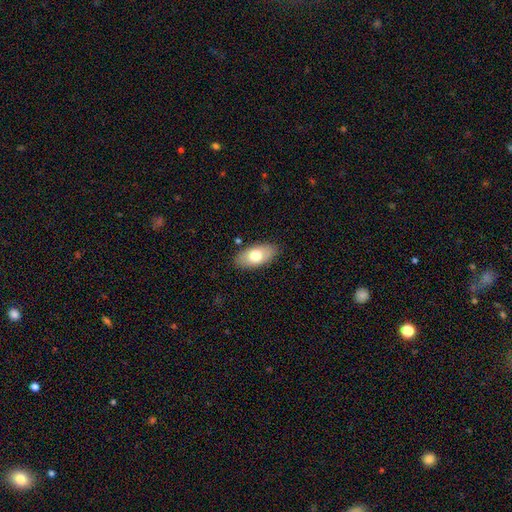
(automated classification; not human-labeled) A smooth galaxy with no disk features (72%) that is in between round and cigar-shaped (92%).

Vote fractions:
- Smooth or featured? smooth: 72% / featured or disk: 22% / star or artifact: 6%
- How rounded? in between: 92% / cigar-shaped: 4% / round: 3%
- Merging? none: 86% / minor disturbance: 10% / major disturbance: 2% / merger: 1%